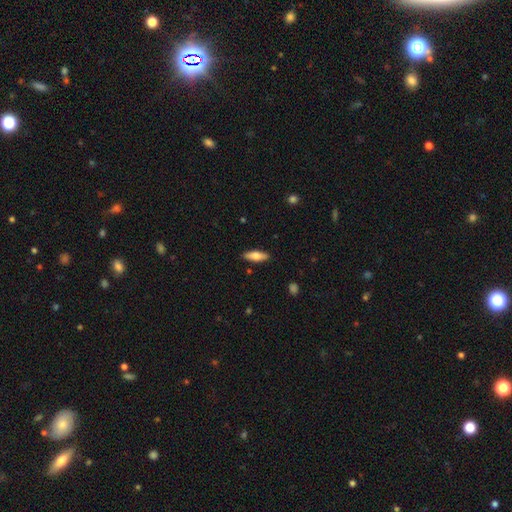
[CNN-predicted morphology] smooth_or_featured: smooth (p=0.70) [alt: featured or disk p=0.24]
how_rounded: in between (p=0.55) [alt: cigar-shaped p=0.42]
merging: none (p=0.89) [alt: minor disturbance p=0.08]